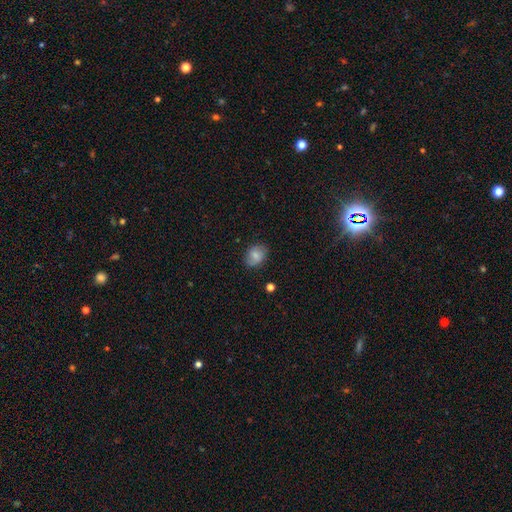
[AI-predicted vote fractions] smooth 77%, featured or disk 15%, star or artifact 9%. Down the decision tree: how rounded — in between (65%); merging — none (76%).